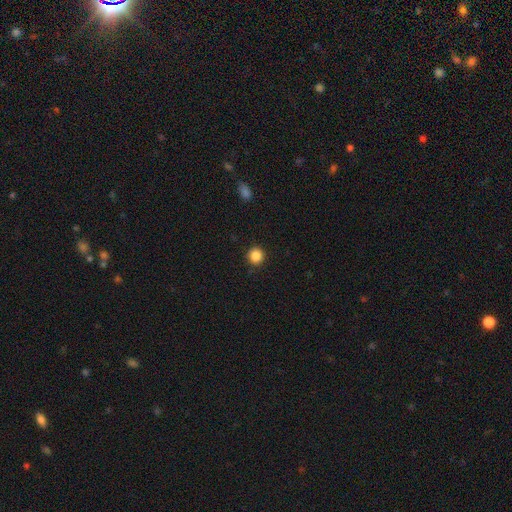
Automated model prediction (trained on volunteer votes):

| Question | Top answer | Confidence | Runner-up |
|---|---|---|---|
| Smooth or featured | smooth | 86% | star or artifact (11%) |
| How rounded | round | 95% | in between (4%) |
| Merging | none | 92% | minor disturbance (5%) |